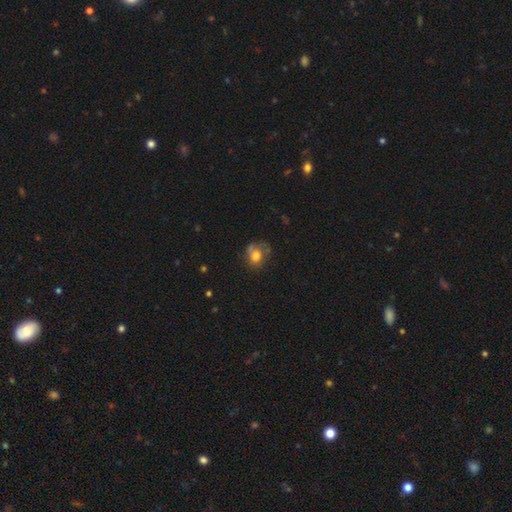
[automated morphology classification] A smooth galaxy with no disk features (69%) that is round (64%).

Vote fractions:
- Smooth or featured? smooth: 69% / featured or disk: 20% / star or artifact: 11%
- How rounded? round: 64% / in between: 35% / cigar-shaped: 1%
- Merging? none: 49% / minor disturbance: 29% / major disturbance: 18% / merger: 4%